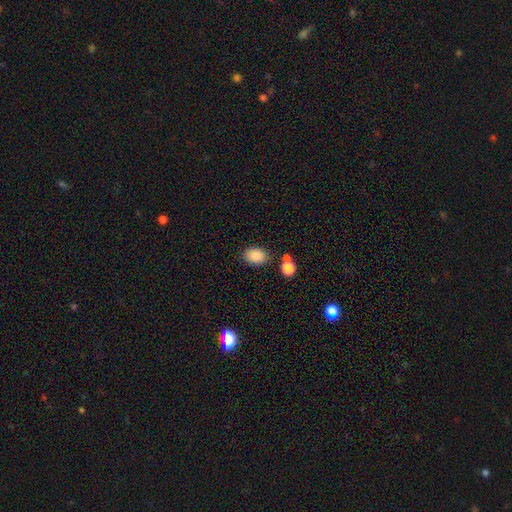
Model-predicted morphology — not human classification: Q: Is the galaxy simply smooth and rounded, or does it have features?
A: smooth — 87%.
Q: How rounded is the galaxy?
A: in between — 75%.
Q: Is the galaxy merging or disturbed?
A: none — 79%.